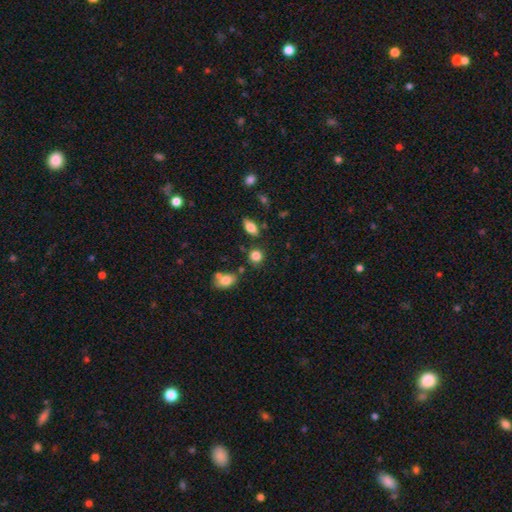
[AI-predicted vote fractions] Smooth or featured? smooth (84%)
How rounded? round (73%)
Merging? none (77%)